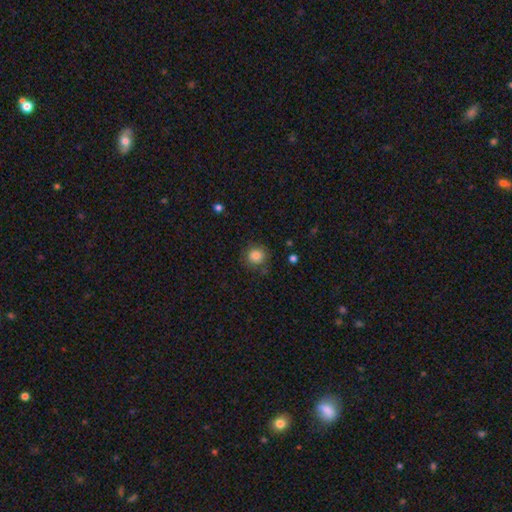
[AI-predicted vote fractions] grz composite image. It shows a smooth galaxy with no disk features (84%) that is round (91%). Merging: none (82%).